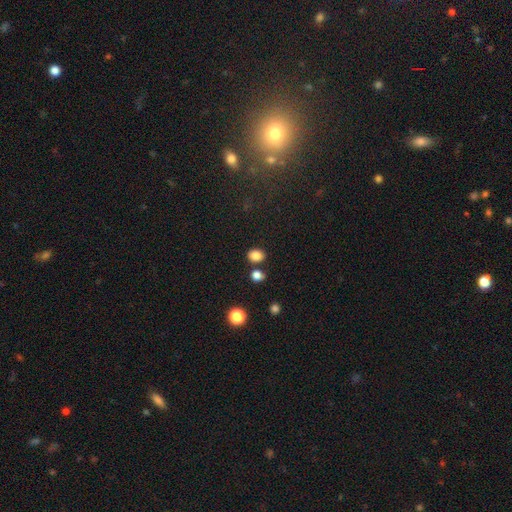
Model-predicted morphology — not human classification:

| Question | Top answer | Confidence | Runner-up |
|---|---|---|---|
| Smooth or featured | smooth | 84% | star or artifact (11%) |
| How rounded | in between | 51% | round (48%) |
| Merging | none | 76% | merger (11%) |